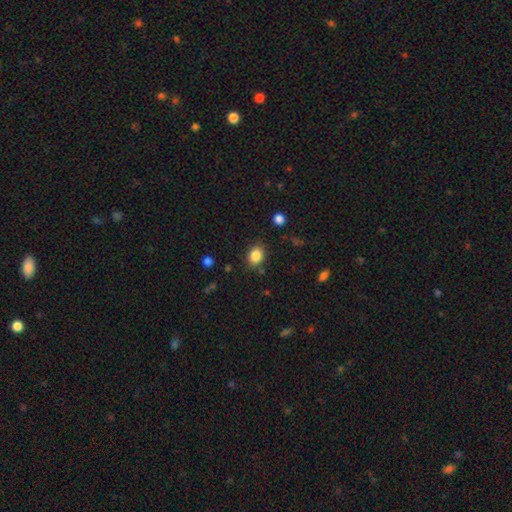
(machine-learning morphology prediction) Smooth or featured? Predicted: smooth (p=0.85). How rounded? Predicted: in between (p=0.57). Merging? Predicted: none (p=0.83).